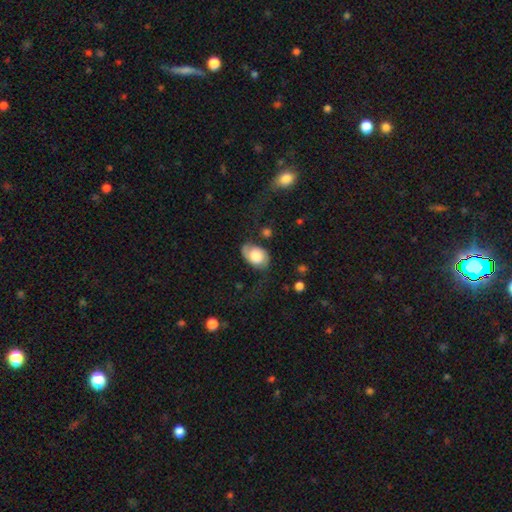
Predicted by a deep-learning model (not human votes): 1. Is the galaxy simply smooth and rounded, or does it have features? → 53% featured or disk, 40% smooth, 8% star or artifact.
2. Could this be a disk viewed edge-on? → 96% no, 4% yes.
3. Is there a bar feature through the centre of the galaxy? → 72% no, 23% weak, 5% strong.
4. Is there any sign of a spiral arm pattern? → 84% yes, 16% no.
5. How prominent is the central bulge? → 45% large, 29% moderate, 10% dominant, 9% small, 7% none.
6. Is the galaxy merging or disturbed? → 54% none, 25% minor disturbance, 18% major disturbance, 3% merger.